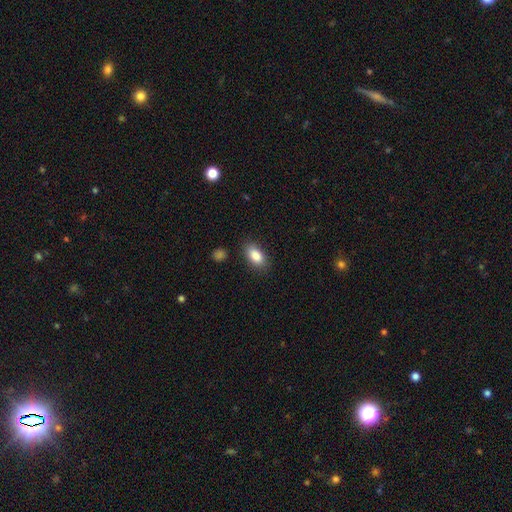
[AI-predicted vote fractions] Q: Smooth or featured?
A: smooth (86%); runner-up: star or artifact (7%)
Q: How rounded?
A: in between (91%); runner-up: round (5%)
Q: Merging?
A: none (85%); runner-up: minor disturbance (11%)